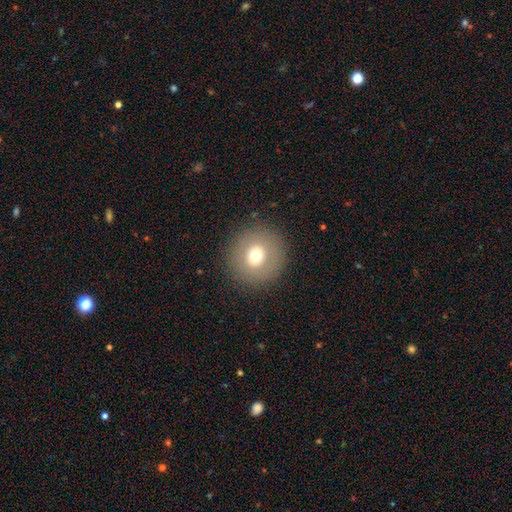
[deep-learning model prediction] smooth 68%, featured or disk 20%, star or artifact 12%. Down the decision tree: how rounded — round (94%); merging — none (89%).